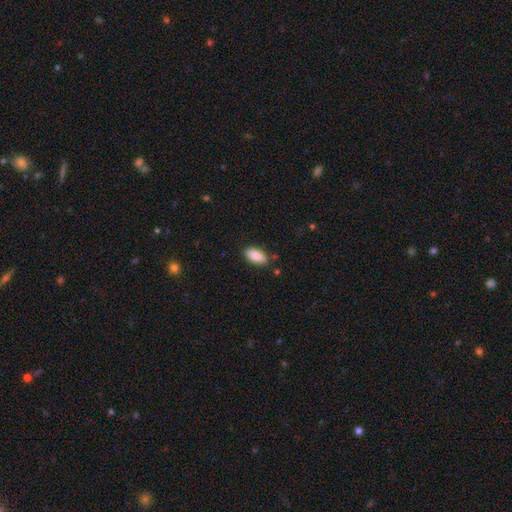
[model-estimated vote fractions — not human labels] Morphology: type=smooth (88%); roundness=in between (93%); merging=none (84%).